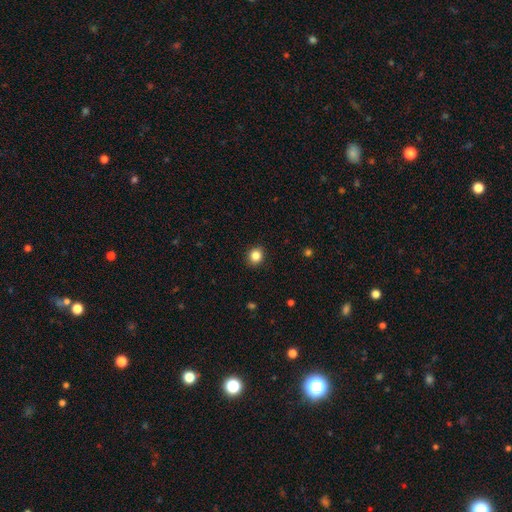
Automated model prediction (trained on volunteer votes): Overall: smooth (85%). How rounded: round (76%). Merging: none (91%).